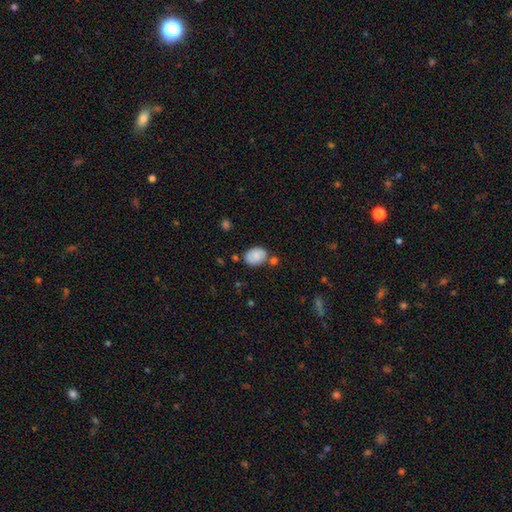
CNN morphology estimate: Q: Smooth or featured?
A: smooth (82%); runner-up: featured or disk (10%)
Q: How rounded?
A: in between (71%); runner-up: round (28%)
Q: Merging?
A: none (67%); runner-up: minor disturbance (18%)